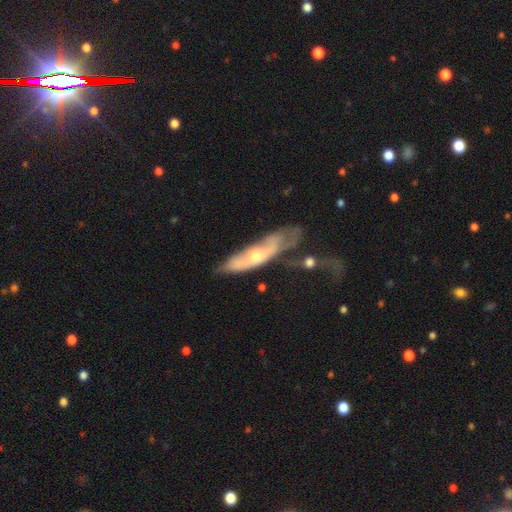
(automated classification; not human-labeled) Overall: featured or disk (57%; smooth 36%). Edge-on disk: no (65%; yes 35%). Merging: major disturbance (29%; none 26%).